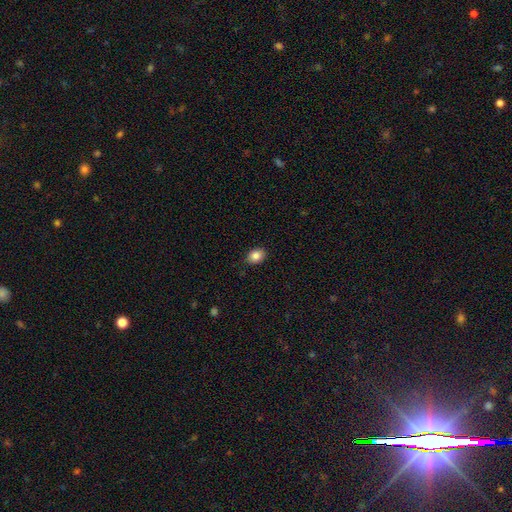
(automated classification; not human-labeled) Smooth or featured? smooth (86%)
How rounded? in between (66%)
Merging? none (88%)